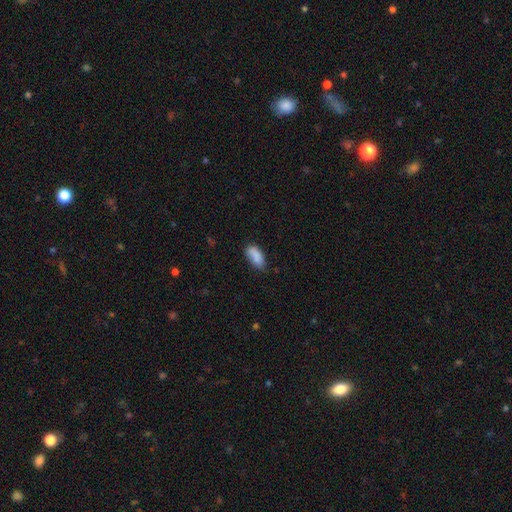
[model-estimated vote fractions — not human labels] The model was most divided on "merging": none: 61%, minor disturbance: 28%, major disturbance: 6%, merger: 5%. More confident: how rounded — in between (88%); smooth or featured — smooth (84%).